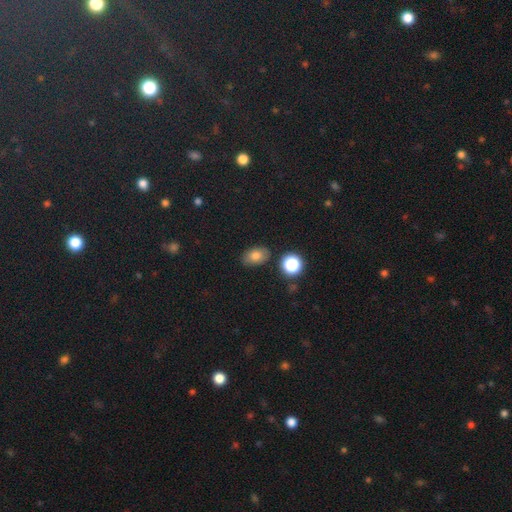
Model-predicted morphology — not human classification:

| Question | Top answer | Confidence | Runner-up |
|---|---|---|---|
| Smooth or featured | smooth | 75% | star or artifact (14%) |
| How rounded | in between | 79% | round (19%) |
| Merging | none | 81% | minor disturbance (13%) |